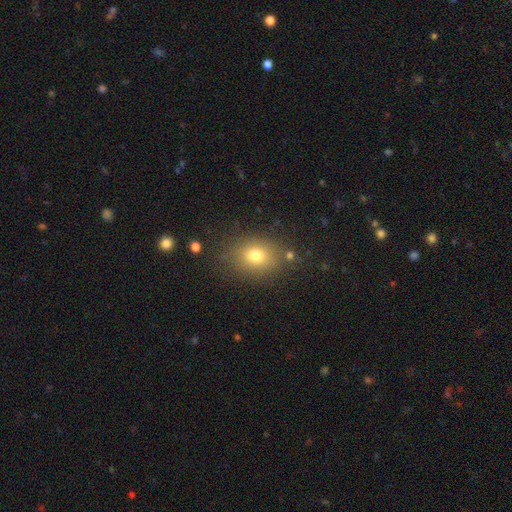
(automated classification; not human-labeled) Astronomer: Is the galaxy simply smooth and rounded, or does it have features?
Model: smooth — 75%.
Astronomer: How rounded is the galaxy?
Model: in between — 53% (runner-up: round, 45%).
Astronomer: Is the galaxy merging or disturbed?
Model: none — 81%.